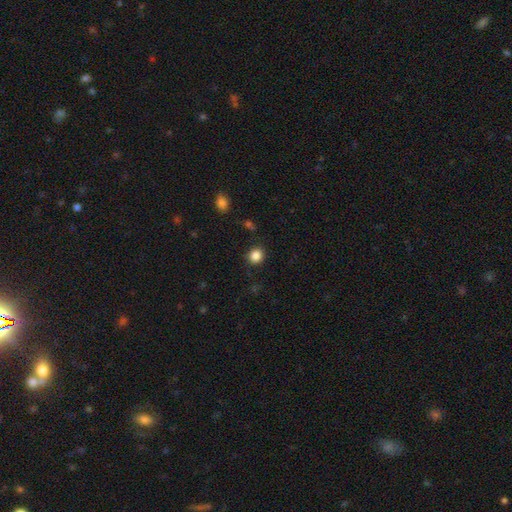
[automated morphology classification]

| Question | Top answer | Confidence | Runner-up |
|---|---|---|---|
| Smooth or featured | smooth | 86% | star or artifact (11%) |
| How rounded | round | 81% | in between (18%) |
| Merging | none | 87% | minor disturbance (9%) |